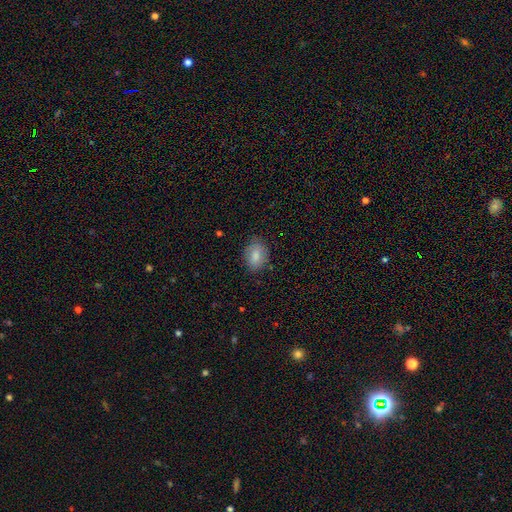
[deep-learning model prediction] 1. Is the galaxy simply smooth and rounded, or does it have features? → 83% smooth, 10% featured or disk, 7% star or artifact.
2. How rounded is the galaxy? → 82% in between, 16% round, 1% cigar-shaped.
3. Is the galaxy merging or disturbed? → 79% none, 16% minor disturbance, 3% major disturbance, 1% merger.